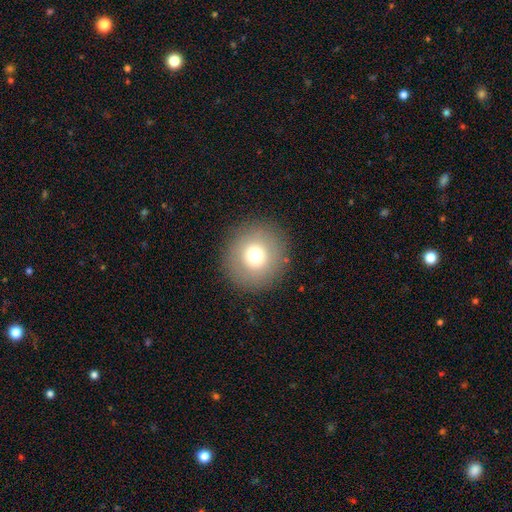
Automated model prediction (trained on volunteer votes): Smooth or featured? smooth (66%)
How rounded? round (94%)
Merging? none (91%)